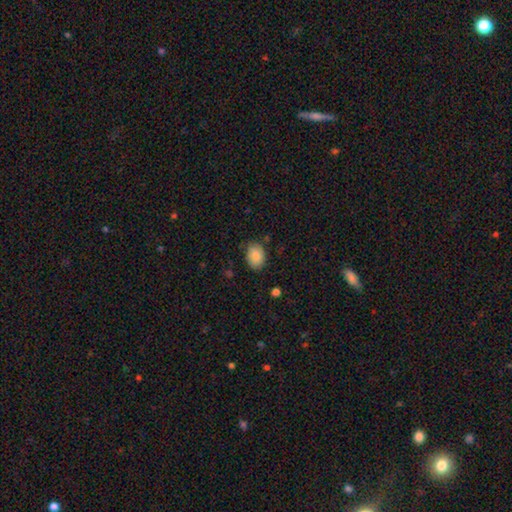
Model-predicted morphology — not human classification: Smooth or featured? smooth (86%)
How rounded? in between (71%)
Merging? none (79%)